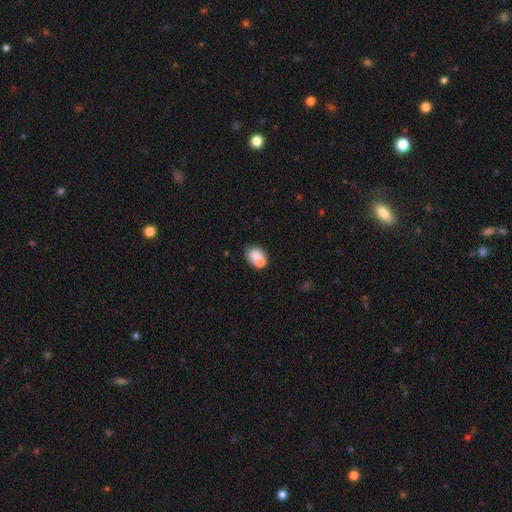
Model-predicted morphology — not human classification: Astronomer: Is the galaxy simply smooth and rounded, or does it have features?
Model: smooth — 75%.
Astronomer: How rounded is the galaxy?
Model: in between — 59% (runner-up: round, 40%).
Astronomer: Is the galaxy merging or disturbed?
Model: merger — 43% (runner-up: none, 40%).